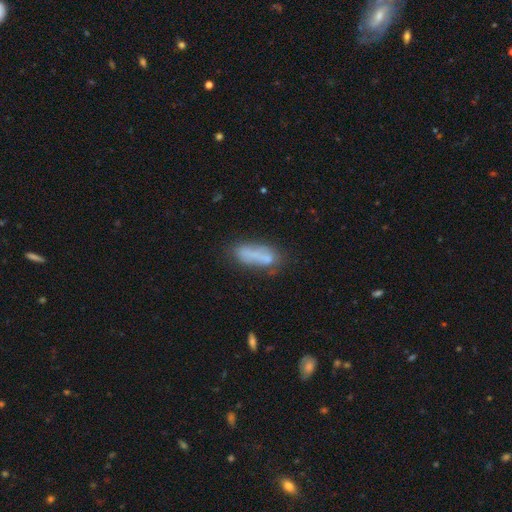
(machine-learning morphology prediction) Smooth or featured? smooth (67%)
How rounded? in between (51%)
Merging? none (56%)